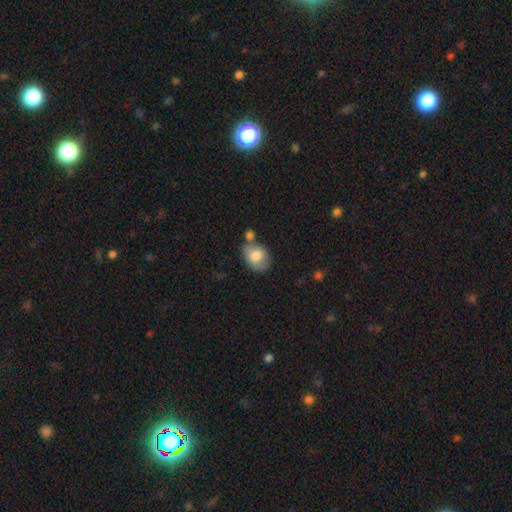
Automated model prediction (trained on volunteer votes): Smooth or featured?
  - smooth: 75% *
  - featured or disk: 18%
  - star or artifact: 7%
How rounded?
  - in between: 61% *
  - round: 38%
  - cigar-shaped: 1%
Merging?
  - none: 51% *
  - minor disturbance: 22%
  - merger: 19%
  - major disturbance: 7%